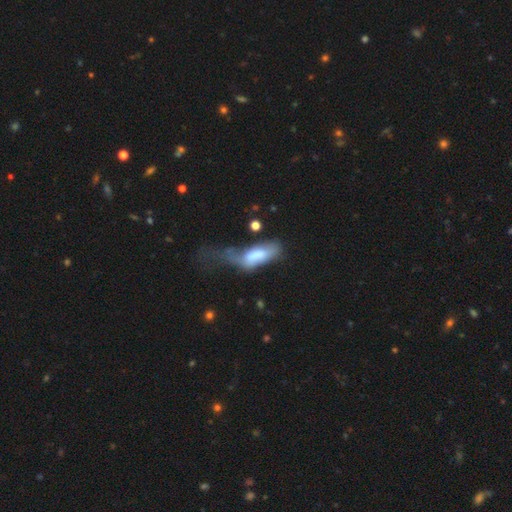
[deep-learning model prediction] Morphology: type=smooth (67%); roundness=in between (72%); merging=major disturbance (54%).